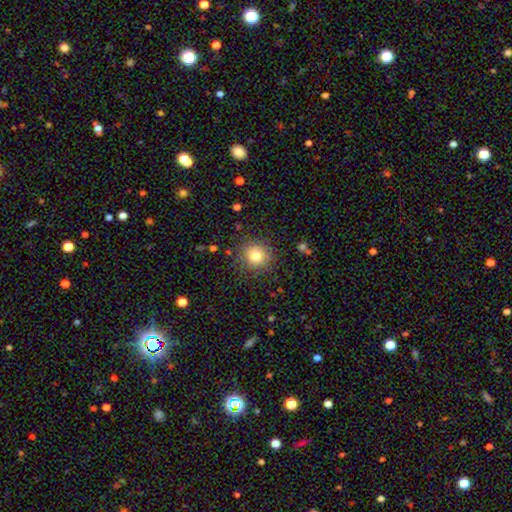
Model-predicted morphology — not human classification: smooth_or_featured: smooth (p=0.79) [alt: star or artifact p=0.13]
how_rounded: round (p=0.92) [alt: in between p=0.07]
merging: none (p=0.85) [alt: minor disturbance p=0.10]